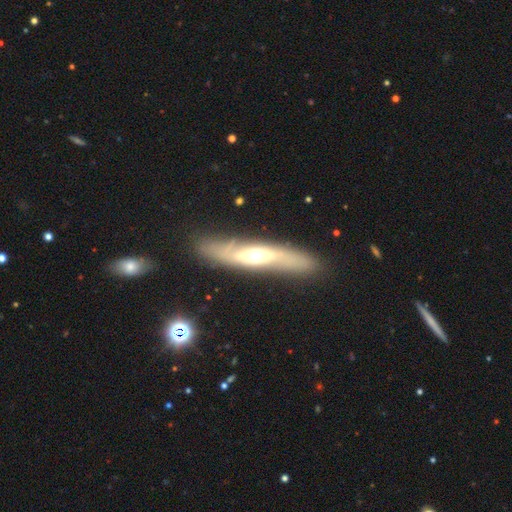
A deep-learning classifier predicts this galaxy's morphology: This is likely a featured or disk galaxy (64%). It is possibly viewed edge-on (51%). Merging: clearly none (81%).